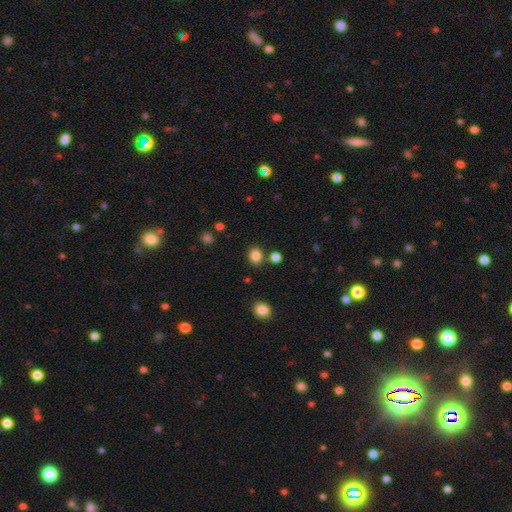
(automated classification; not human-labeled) This appears to be a smooth galaxy with no disk features (84%) that is round (66%). Merging: none (81%).